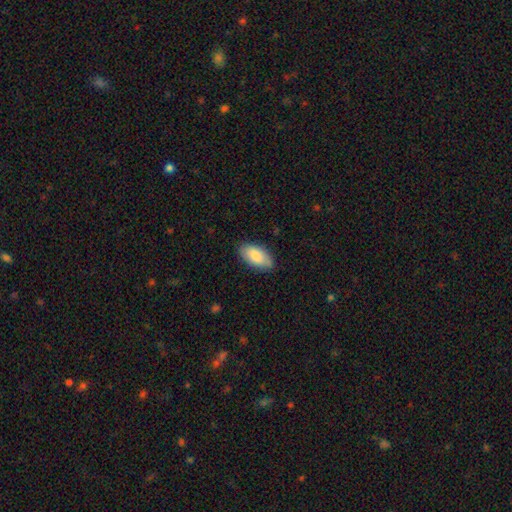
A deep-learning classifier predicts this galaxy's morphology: This is clearly a smooth galaxy (85%). How rounded: clearly in between (93%). Merging: clearly none (84%).